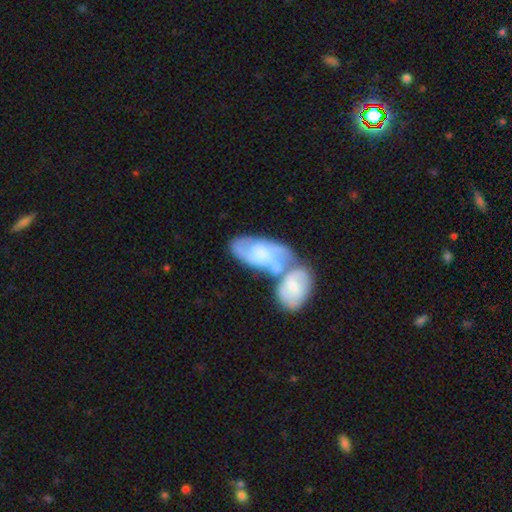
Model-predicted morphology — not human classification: smooth_or_featured: featured or disk (p=0.66) [alt: smooth p=0.28]
disk_edge_on: no (p=0.94) [alt: yes p=0.06]
bar: no (p=0.57) [alt: weak p=0.35]
has_spiral_arms: yes (p=0.86) [alt: no p=0.14]
spiral_winding: medium (p=0.44) [alt: tight p=0.30]
spiral_arm_count: 2 (p=0.52) [alt: can't tell p=0.22]
bulge_size: small (p=0.40) [alt: none p=0.26]
merging: merger (p=0.57) [alt: none p=0.23]